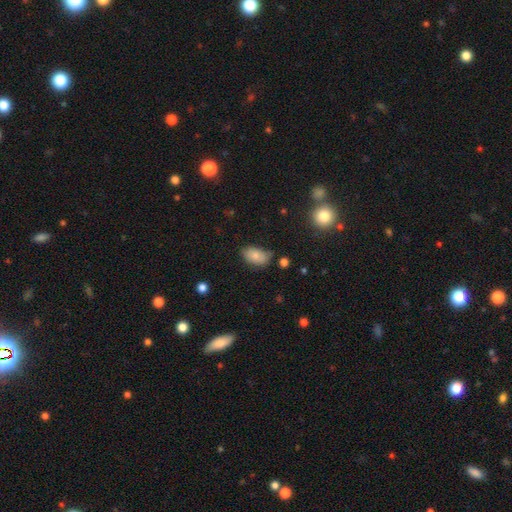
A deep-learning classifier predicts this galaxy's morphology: This is clearly a smooth galaxy (80%). How rounded: clearly in between (91%). Merging: likely none (64%).